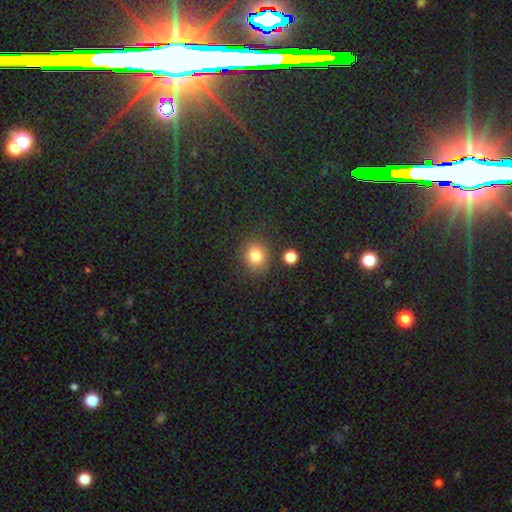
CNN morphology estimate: smooth 80%, star or artifact 13%, featured or disk 7%. Down the decision tree: how rounded — round (73%); merging — none (81%).